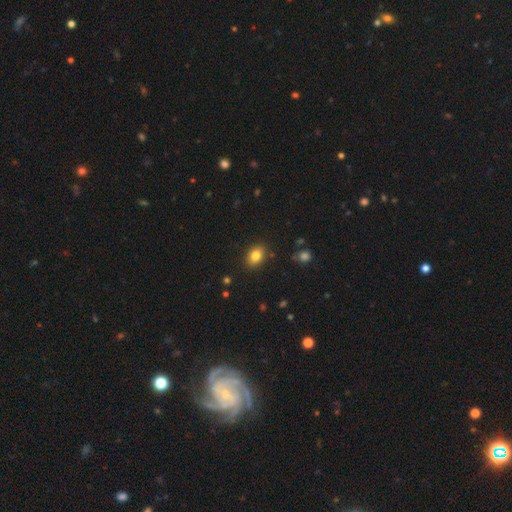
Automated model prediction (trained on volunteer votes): Q: Smooth or featured?
A: smooth (82%); runner-up: star or artifact (10%)
Q: How rounded?
A: in between (70%); runner-up: round (29%)
Q: Merging?
A: none (88%); runner-up: minor disturbance (9%)